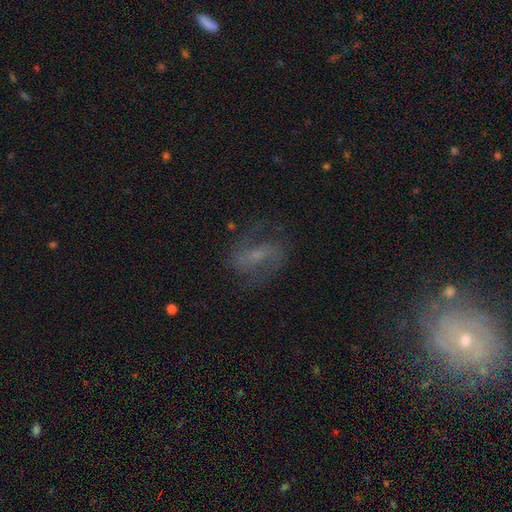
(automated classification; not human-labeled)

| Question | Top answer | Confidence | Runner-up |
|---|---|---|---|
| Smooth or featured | featured or disk | 73% | smooth (16%) |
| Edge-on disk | no | 95% | yes (5%) |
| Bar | weak | 45% | strong (34%) |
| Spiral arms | yes | 90% | no (10%) |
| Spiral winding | medium | 50% | loose (33%) |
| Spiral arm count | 2 | 88% | can't tell (7%) |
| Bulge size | small | 52% | moderate (23%) |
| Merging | none | 73% | minor disturbance (15%) |